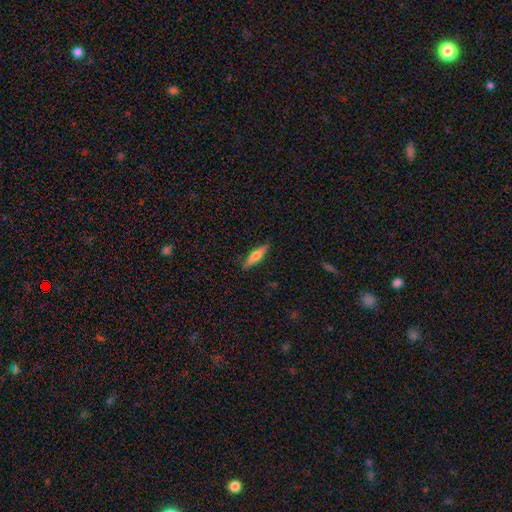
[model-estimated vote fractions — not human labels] A smooth galaxy with no disk features (66%) that is cigar-shaped (69%).

Vote fractions:
- Smooth or featured? smooth: 66% / featured or disk: 28% / star or artifact: 6%
- How rounded? cigar-shaped: 69% / in between: 30% / round: 2%
- Merging? none: 87% / minor disturbance: 9% / major disturbance: 2% / merger: 1%